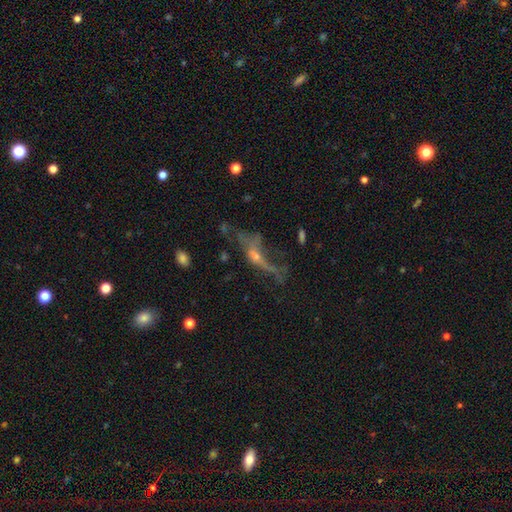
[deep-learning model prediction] Smooth or featured? Predicted: featured or disk (p=0.62). Edge-on disk? Predicted: no (p=0.65). Merging? Predicted: major disturbance (p=0.40).